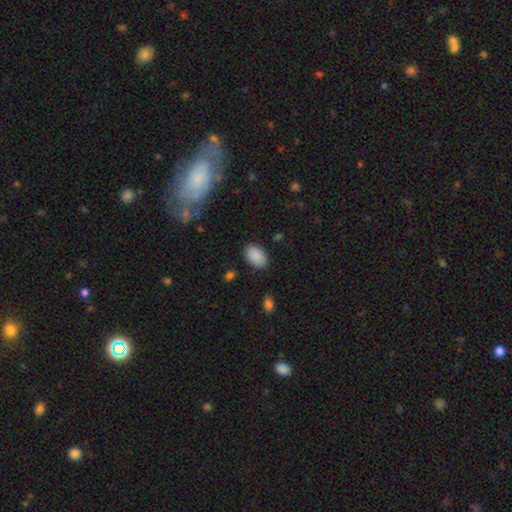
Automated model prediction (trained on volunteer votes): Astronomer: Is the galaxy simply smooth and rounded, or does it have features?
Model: smooth — 89%.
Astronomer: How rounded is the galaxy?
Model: in between — 89%.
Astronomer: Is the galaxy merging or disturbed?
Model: none — 86%.